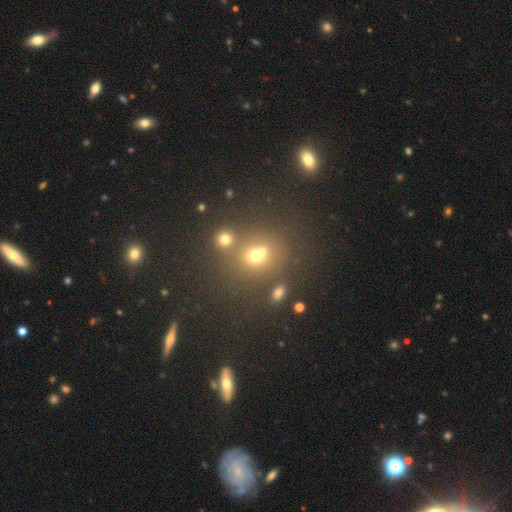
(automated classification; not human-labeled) This appears to be a smooth galaxy with no disk features (59%) that is round (67%). Merging: none (51%).